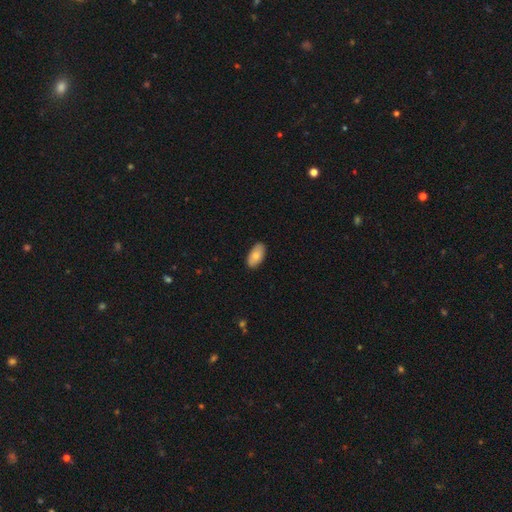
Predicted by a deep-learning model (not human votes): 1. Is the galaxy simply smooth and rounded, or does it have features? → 77% smooth, 17% featured or disk, 6% star or artifact.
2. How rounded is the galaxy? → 94% in between, 3% round, 3% cigar-shaped.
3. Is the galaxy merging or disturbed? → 86% none, 11% minor disturbance, 2% major disturbance, 1% merger.